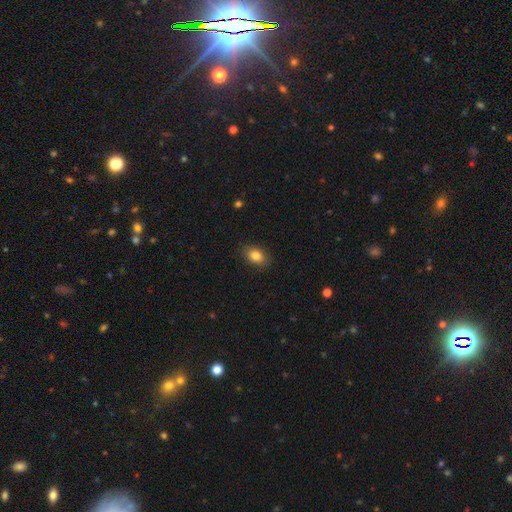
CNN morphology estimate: A smooth galaxy with no disk features (84%) that is in between round and cigar-shaped (84%). Merging: none (87%).